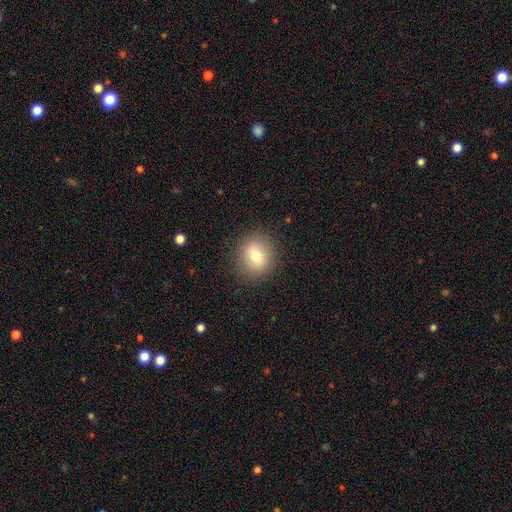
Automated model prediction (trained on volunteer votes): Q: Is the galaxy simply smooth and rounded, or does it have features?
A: smooth — 73%.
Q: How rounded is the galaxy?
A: round — 66%.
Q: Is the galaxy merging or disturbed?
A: none — 86%.